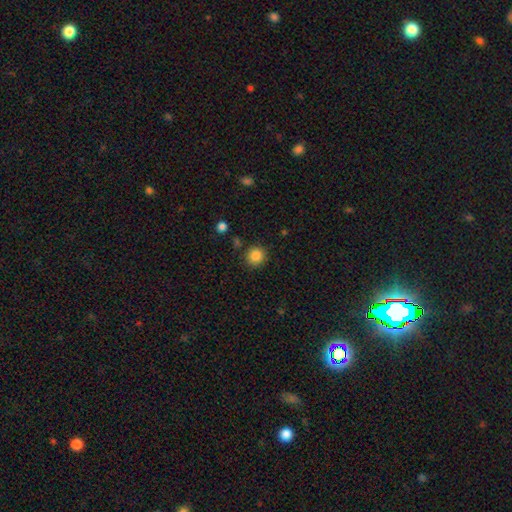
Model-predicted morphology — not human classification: The model was most divided on "smooth or featured": smooth: 85%, star or artifact: 10%, featured or disk: 4%. More confident: how rounded — round (91%); merging — none (88%).